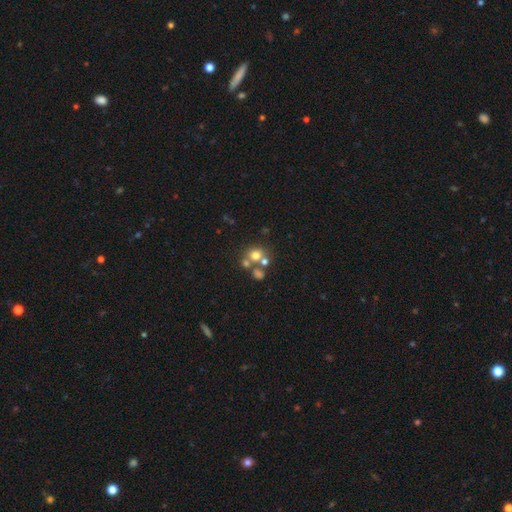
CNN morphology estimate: A smooth galaxy with no disk features (64%) that is round (81%). Merging: none (49%).